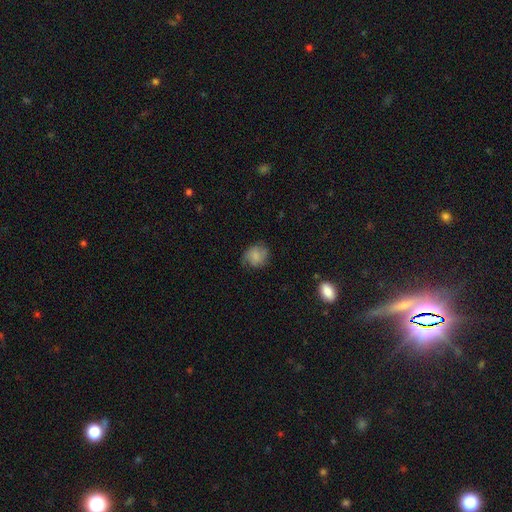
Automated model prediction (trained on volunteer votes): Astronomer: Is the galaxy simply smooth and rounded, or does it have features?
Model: smooth — 71%.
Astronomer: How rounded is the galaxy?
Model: round — 71%.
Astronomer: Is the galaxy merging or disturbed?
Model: none — 65%.